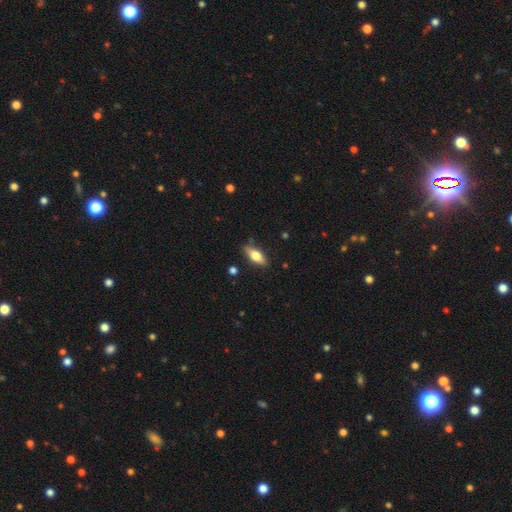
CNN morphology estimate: smooth 63%, featured or disk 31%, star or artifact 6%. Down the decision tree: how rounded — in between (69%); merging — none (83%).